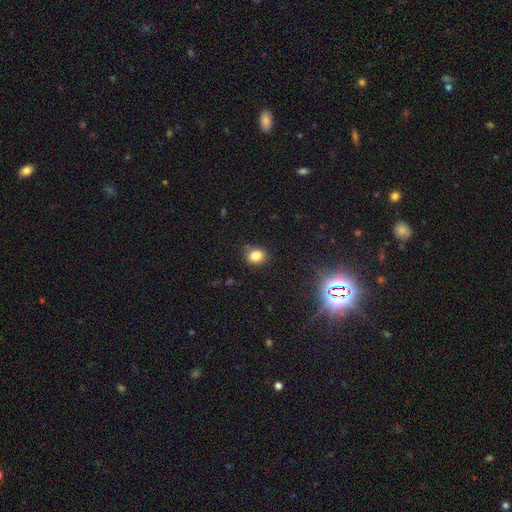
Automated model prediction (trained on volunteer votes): Morphology: type=smooth (83%); roundness=round (55%); merging=none (82%).